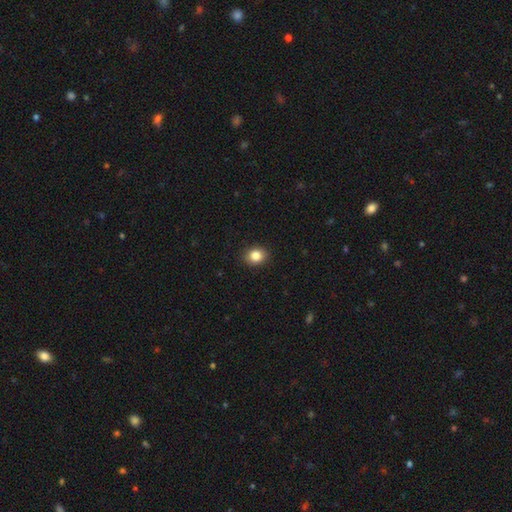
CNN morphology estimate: smooth 85%, star or artifact 10%, featured or disk 5%. Down the decision tree: how rounded — round (59%); merging — none (90%).